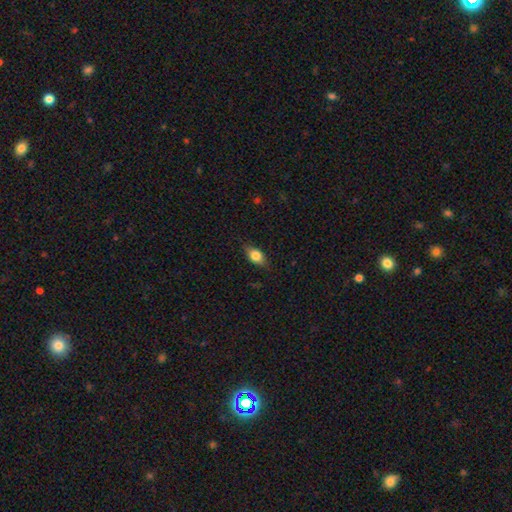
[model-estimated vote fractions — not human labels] Smooth or featured?
  - smooth: 76% *
  - featured or disk: 16%
  - star or artifact: 8%
How rounded?
  - in between: 81% *
  - round: 12%
  - cigar-shaped: 7%
Merging?
  - none: 81% *
  - minor disturbance: 15%
  - major disturbance: 3%
  - merger: 1%